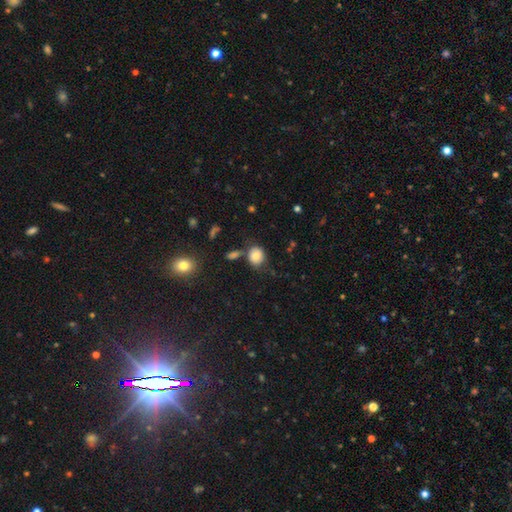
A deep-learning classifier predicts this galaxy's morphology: smooth_or_featured: smooth (p=0.81) [alt: star or artifact p=0.10]
how_rounded: round (p=0.64) [alt: in between p=0.35]
merging: none (p=0.69) [alt: minor disturbance p=0.15]